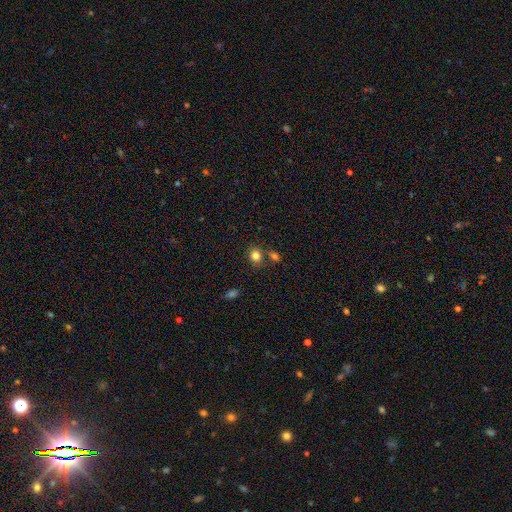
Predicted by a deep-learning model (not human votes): smooth 82%, star or artifact 12%, featured or disk 6%. Down the decision tree: how rounded — round (64%); merging — none (67%).